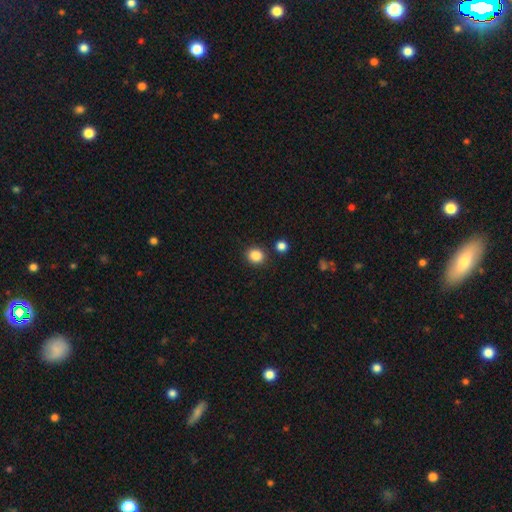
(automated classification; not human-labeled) This is clearly a smooth galaxy (86%). How rounded: likely round (74%). Merging: clearly none (86%).